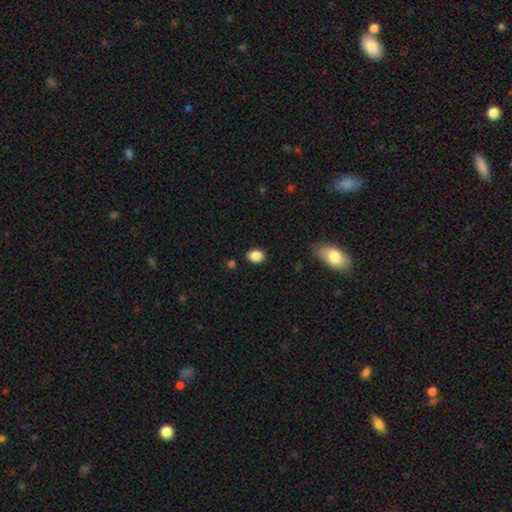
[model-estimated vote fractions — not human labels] This is clearly a smooth galaxy (87%). How rounded: likely in between (64%). Merging: clearly none (87%).